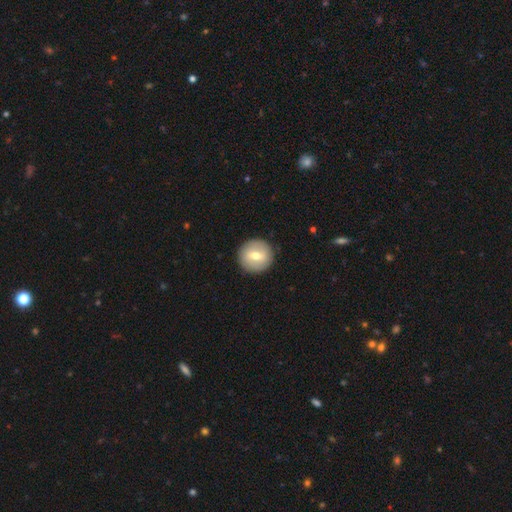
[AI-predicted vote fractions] Smooth or featured: smooth — 60% (featured or disk — 33%)
How rounded: round — 93% (in between — 6%)
Merging: none — 91% (minor disturbance — 6%)